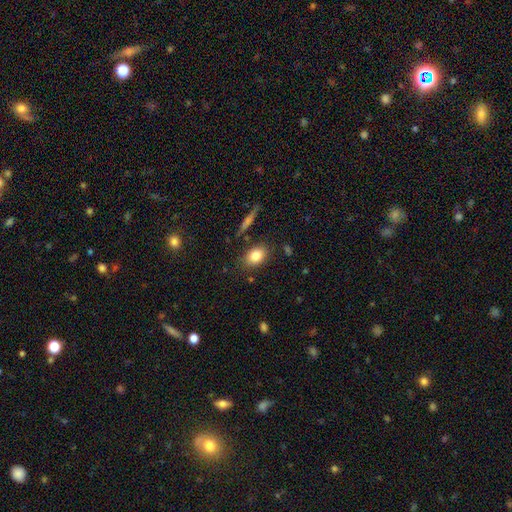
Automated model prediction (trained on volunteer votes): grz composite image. It shows a smooth galaxy with no disk features (82%) that is in between round and cigar-shaped (77%). Merging: none (82%).